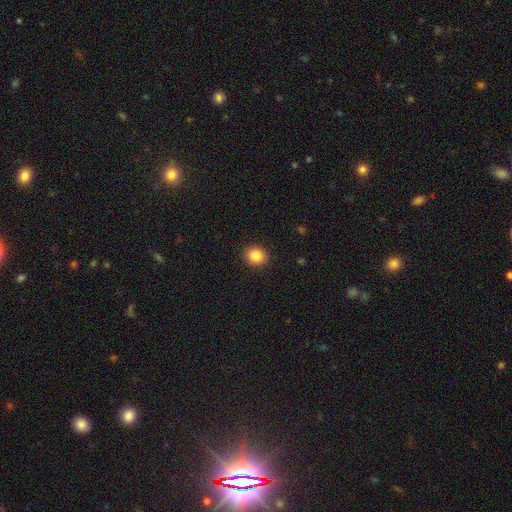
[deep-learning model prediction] Overall: smooth (86%). How rounded: round (76%). Merging: none (91%).